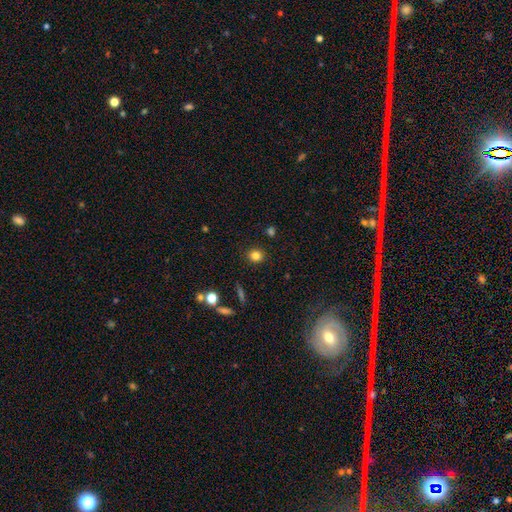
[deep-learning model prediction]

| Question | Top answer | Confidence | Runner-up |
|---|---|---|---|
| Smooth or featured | smooth | 81% | star or artifact (13%) |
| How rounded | round | 85% | in between (14%) |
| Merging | none | 90% | minor disturbance (6%) |